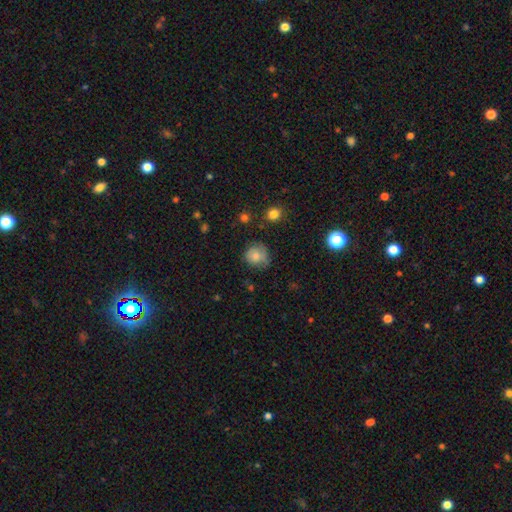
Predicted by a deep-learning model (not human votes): Overall: smooth (76%). How rounded: round (82%). Merging: none (61%; minor disturbance 29%).